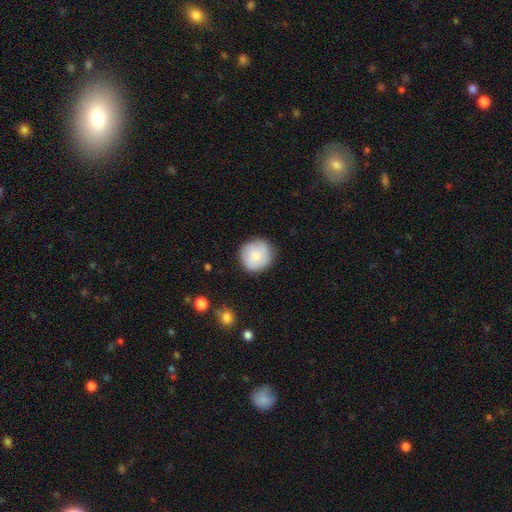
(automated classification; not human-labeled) A smooth galaxy with no disk features (77%) that is round (91%).

Vote fractions:
- Smooth or featured? smooth: 77% / featured or disk: 17% / star or artifact: 7%
- How rounded? round: 91% / in between: 8% / cigar-shaped: 1%
- Merging? none: 85% / minor disturbance: 11% / major disturbance: 3% / merger: 1%